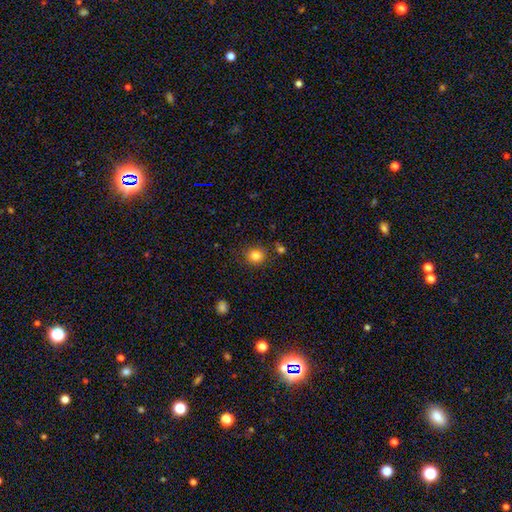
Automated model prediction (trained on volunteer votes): Morphology: type=smooth (83%); roundness=round (85%); merging=none (82%).